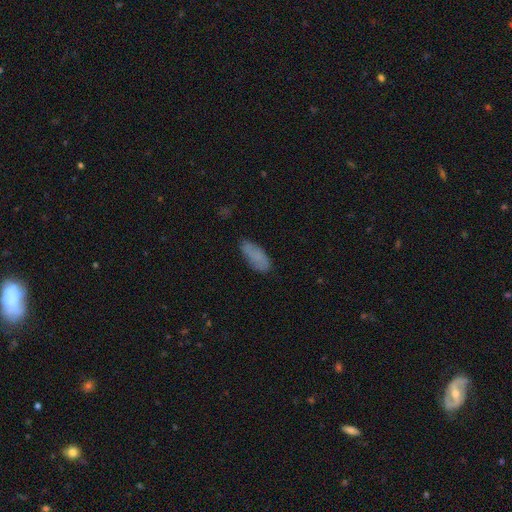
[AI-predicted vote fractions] Q: Smooth or featured?
A: smooth (77%); runner-up: featured or disk (15%)
Q: How rounded?
A: in between (73%); runner-up: cigar-shaped (25%)
Q: Merging?
A: none (76%); runner-up: minor disturbance (18%)